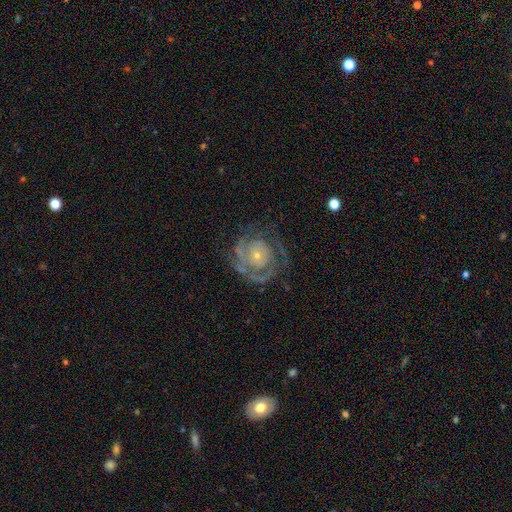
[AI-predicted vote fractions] Smooth or featured: featured or disk — 81% (smooth — 12%)
Edge-on disk: no — 98% (yes — 2%)
Bar: no — 81% (weak — 15%)
Spiral arms: yes — 86% (no — 14%)
Spiral winding: tight — 65% (medium — 26%)
Spiral arm count: 2 — 33% (can't tell — 32%)
Bulge size: small — 74% (moderate — 20%)
Merging: none — 61% (major disturbance — 19%)